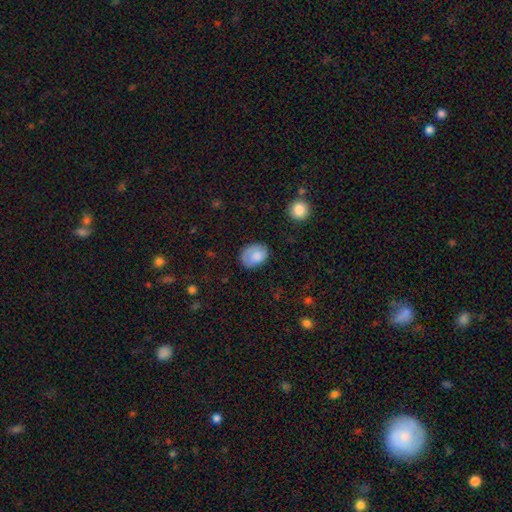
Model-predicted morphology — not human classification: Smooth or featured? smooth (80%)
How rounded? in between (73%)
Merging? none (67%)